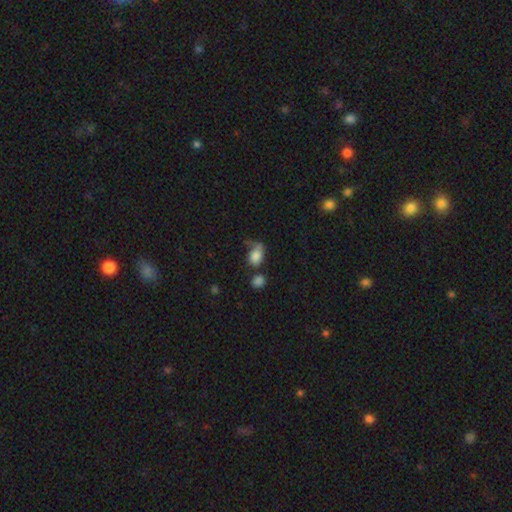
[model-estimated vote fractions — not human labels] A smooth galaxy with no disk features (79%) that is in between round and cigar-shaped (74%).

Vote fractions:
- Smooth or featured? smooth: 79% / featured or disk: 11% / star or artifact: 10%
- How rounded? in between: 74% / round: 24% / cigar-shaped: 2%
- Merging? none: 33% / minor disturbance: 25% / major disturbance: 22% / merger: 20%